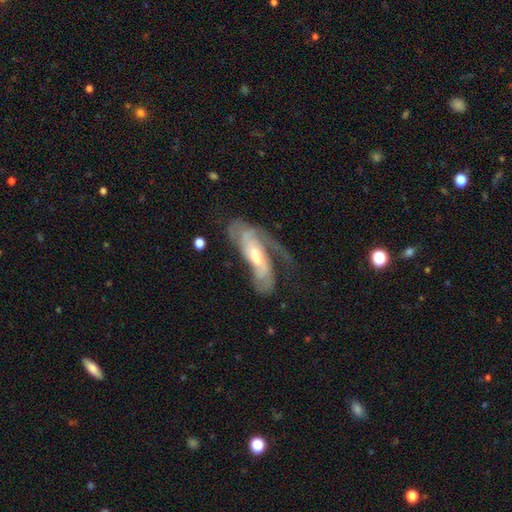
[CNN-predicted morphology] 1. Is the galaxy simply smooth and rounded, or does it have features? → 76% featured or disk, 17% smooth, 6% star or artifact.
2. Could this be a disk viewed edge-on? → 86% no, 14% yes.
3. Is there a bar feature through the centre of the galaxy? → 42% no, 36% weak, 22% strong.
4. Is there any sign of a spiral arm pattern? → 91% yes, 9% no.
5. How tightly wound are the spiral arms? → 43% medium, 34% tight, 23% loose.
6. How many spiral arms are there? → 46% 2, 23% 1, 20% can't tell, 7% 3, 2% 4, 2% more than 4.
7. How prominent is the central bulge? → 45% moderate, 35% small, 12% large, 7% none, 2% dominant.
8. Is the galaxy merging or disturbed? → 39% none, 36% major disturbance, 22% minor disturbance, 3% merger.